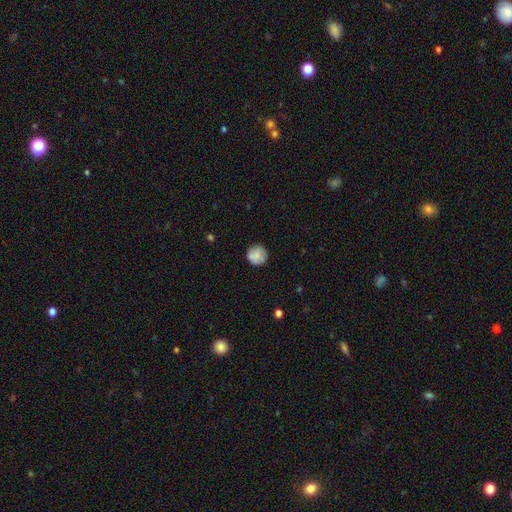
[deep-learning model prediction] Q: Smooth or featured?
A: smooth (82%); runner-up: featured or disk (10%)
Q: How rounded?
A: round (93%); runner-up: in between (6%)
Q: Merging?
A: none (82%); runner-up: minor disturbance (14%)